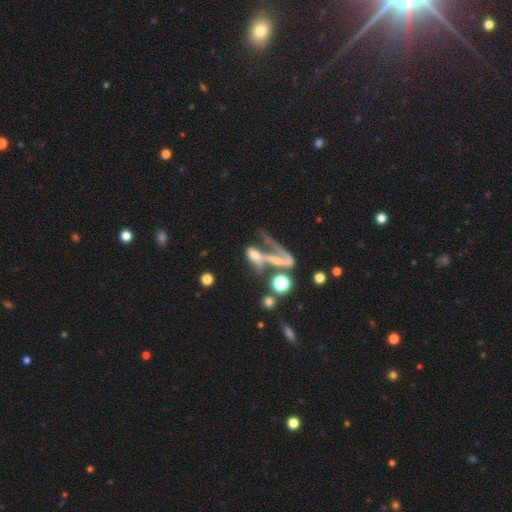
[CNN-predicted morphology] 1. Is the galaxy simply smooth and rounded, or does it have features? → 53% featured or disk, 32% smooth, 15% star or artifact.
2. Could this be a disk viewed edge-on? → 85% no, 15% yes.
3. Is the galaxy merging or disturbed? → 50% merger, 25% major disturbance, 17% none, 9% minor disturbance.